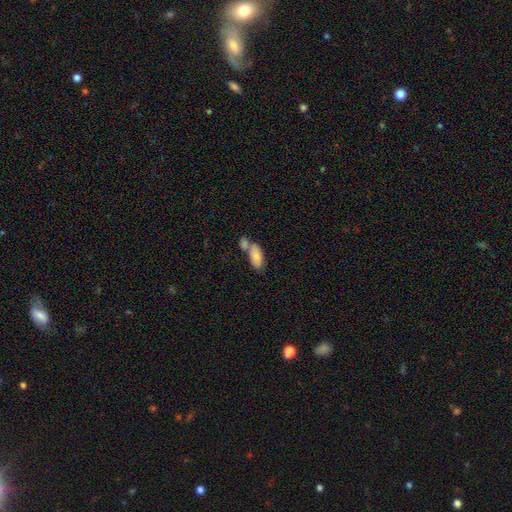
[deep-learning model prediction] Smooth or featured: smooth — 83% (featured or disk — 10%)
How rounded: in between — 88% (cigar-shaped — 9%)
Merging: merger — 49% (none — 35%)